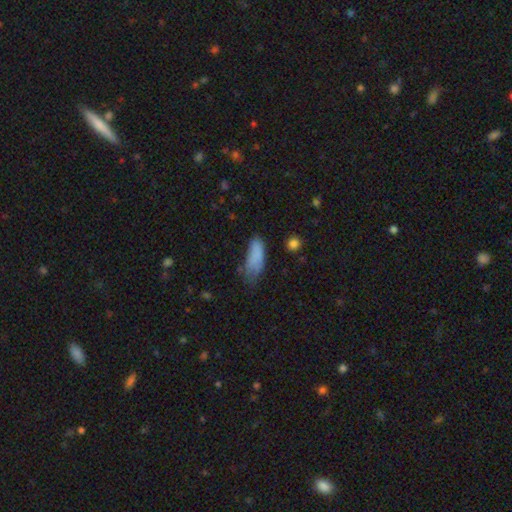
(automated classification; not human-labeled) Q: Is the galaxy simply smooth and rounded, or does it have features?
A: smooth — 82%.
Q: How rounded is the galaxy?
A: in between — 75%.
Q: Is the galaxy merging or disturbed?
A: none — 41%.